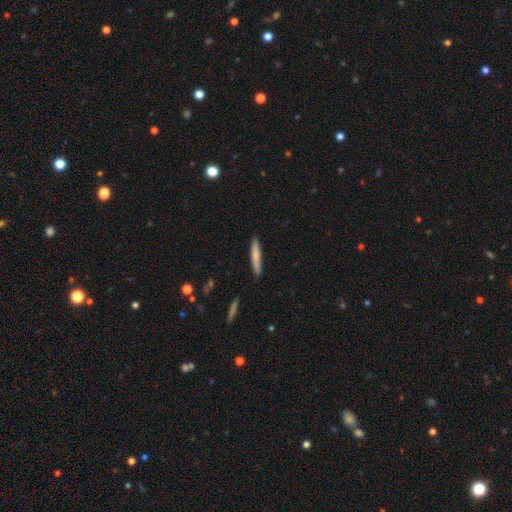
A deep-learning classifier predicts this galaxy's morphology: Smooth or featured?
  - smooth: 75% *
  - featured or disk: 20%
  - star or artifact: 6%
How rounded?
  - cigar-shaped: 93% *
  - in between: 6%
  - round: 1%
Merging?
  - none: 88% *
  - minor disturbance: 9%
  - major disturbance: 2%
  - merger: 1%